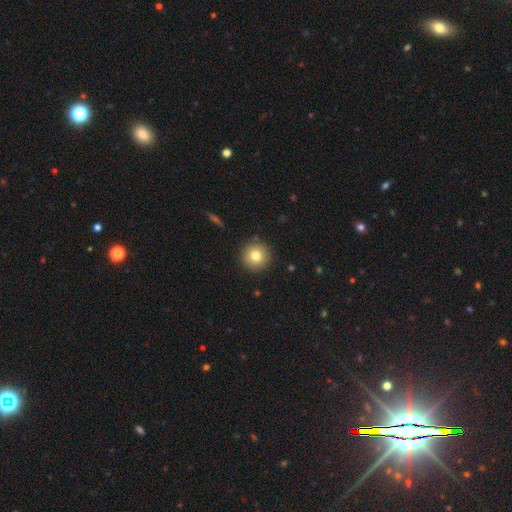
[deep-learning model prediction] Morphology: type=smooth (79%); roundness=round (95%); merging=none (90%).